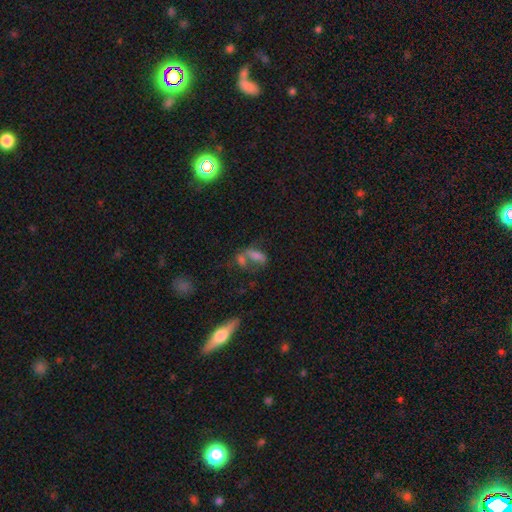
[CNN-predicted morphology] A smooth galaxy with no disk features (59%) that is in between round and cigar-shaped (73%). Merging: merger (48%).